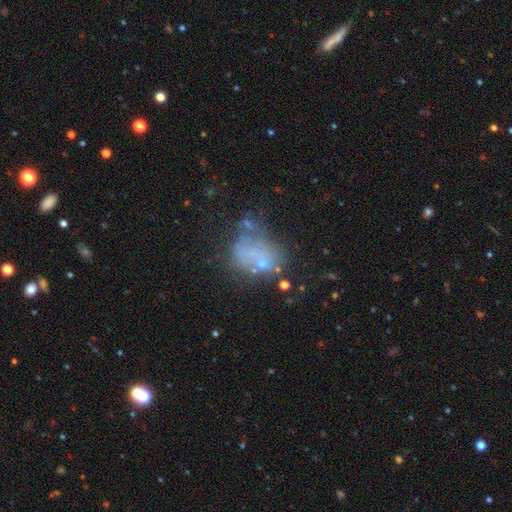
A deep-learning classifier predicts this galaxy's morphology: Q: Smooth or featured?
A: featured or disk (40%); runner-up: smooth (37%)
Q: Merging?
A: none (34%); runner-up: major disturbance (26%)